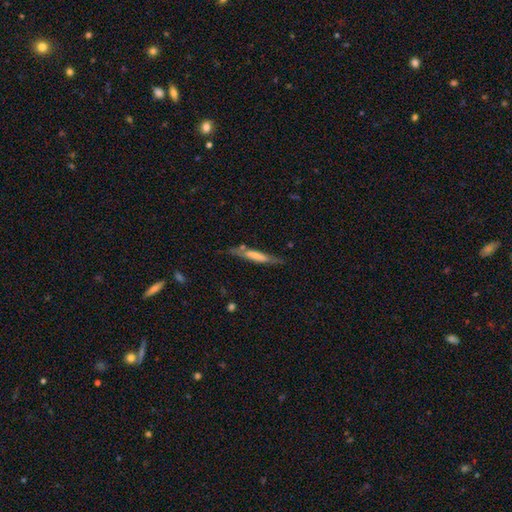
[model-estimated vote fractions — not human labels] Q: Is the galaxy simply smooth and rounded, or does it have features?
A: smooth — 55%.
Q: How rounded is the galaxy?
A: cigar-shaped — 89%.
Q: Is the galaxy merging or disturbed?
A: none — 70%.